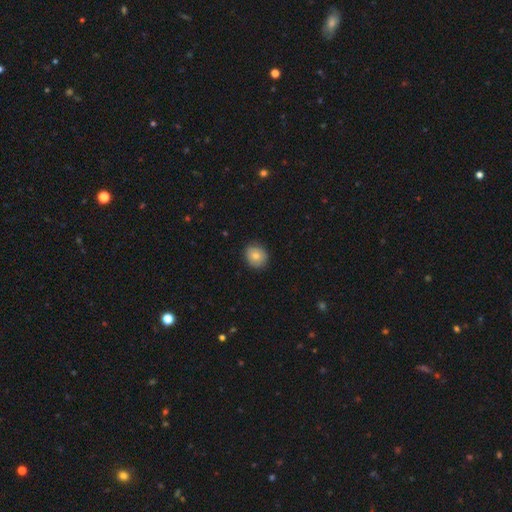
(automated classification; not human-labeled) Smooth or featured?
  - smooth: 79% *
  - featured or disk: 12%
  - star or artifact: 9%
How rounded?
  - round: 76% *
  - in between: 23%
  - cigar-shaped: 1%
Merging?
  - none: 86% *
  - minor disturbance: 11%
  - major disturbance: 2%
  - merger: 1%